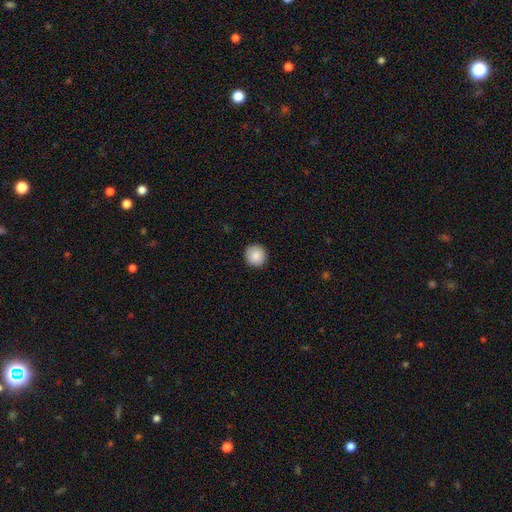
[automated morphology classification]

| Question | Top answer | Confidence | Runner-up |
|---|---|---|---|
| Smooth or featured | smooth | 89% | star or artifact (8%) |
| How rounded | round | 94% | in between (5%) |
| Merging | none | 92% | minor disturbance (5%) |